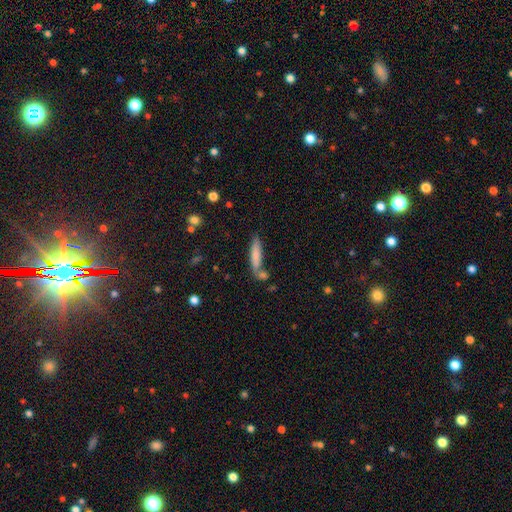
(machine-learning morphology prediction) smooth-or-featured: smooth: 73% | featured or disk: 20% | star or artifact: 7%
  how-rounded: cigar-shaped: 83% | in between: 16% | round: 2%
  merging: none: 61% | merger: 19% | minor disturbance: 15% | major disturbance: 4%